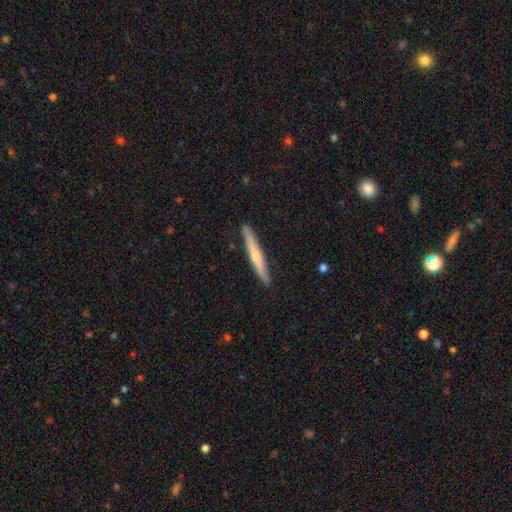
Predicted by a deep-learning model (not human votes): The model was most divided on "smooth or featured": featured or disk: 54%, smooth: 41%, star or artifact: 5%. More confident: edge-on disk — yes (96%); merging — none (90%); edge-on bulge — rounded (77%).